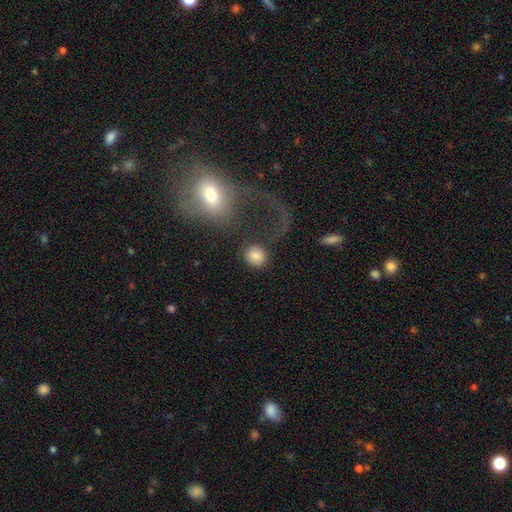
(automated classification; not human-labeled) Q: Smooth or featured?
A: smooth (82%); runner-up: featured or disk (9%)
Q: How rounded?
A: round (83%); runner-up: in between (16%)
Q: Merging?
A: none (73%); runner-up: minor disturbance (10%)